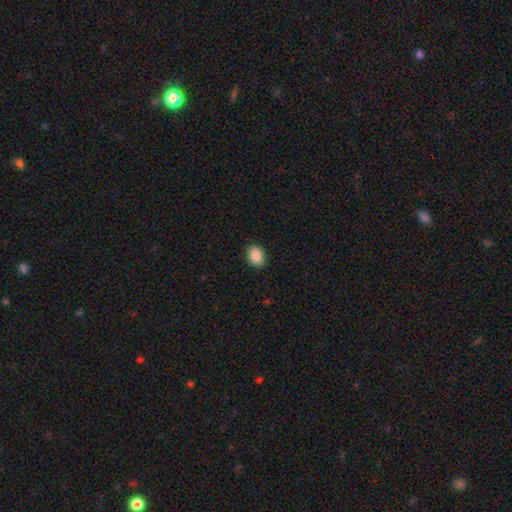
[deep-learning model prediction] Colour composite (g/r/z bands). It shows a smooth galaxy with no disk features (87%) that is in between round and cigar-shaped (66%). Merging: none (89%).